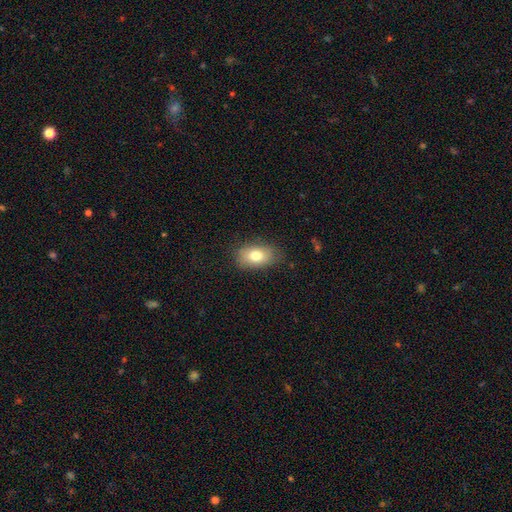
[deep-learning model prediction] smooth-or-featured: smooth: 78% | featured or disk: 14% | star or artifact: 8%
  how-rounded: in between: 87% | round: 11% | cigar-shaped: 2%
  merging: none: 80% | minor disturbance: 16% | major disturbance: 4% | merger: 1%